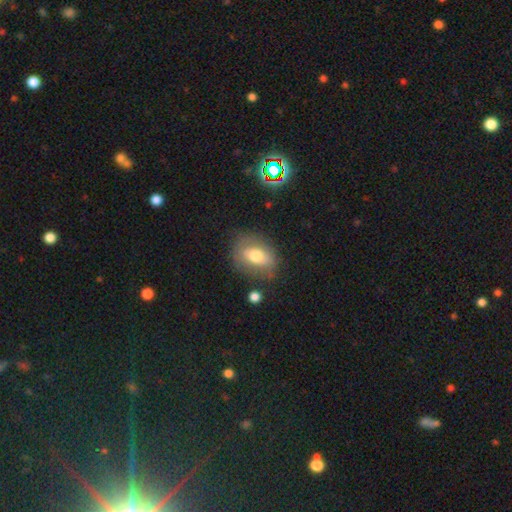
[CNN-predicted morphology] Smooth or featured? Predicted: smooth (p=0.64). How rounded? Predicted: in between (p=0.71). Merging? Predicted: none (p=0.69).